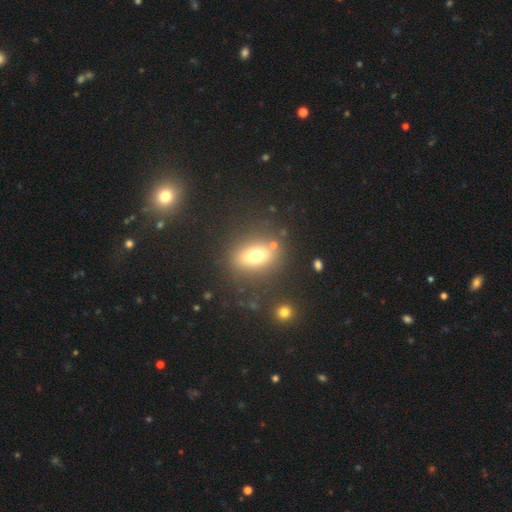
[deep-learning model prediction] Smooth or featured? smooth (70%)
How rounded? in between (72%)
Merging? none (79%)